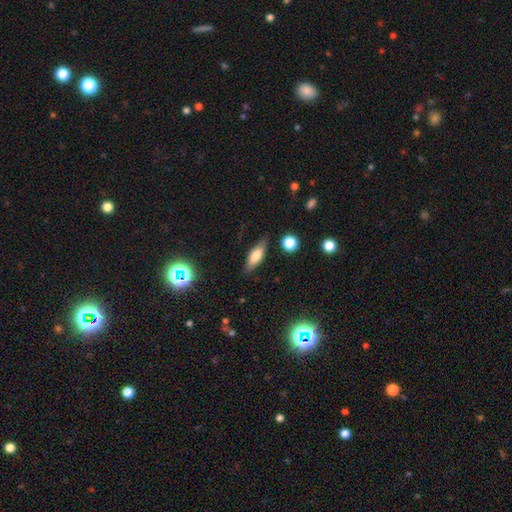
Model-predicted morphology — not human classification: A smooth galaxy with no disk features (69%) that is in between round and cigar-shaped (60%).

Vote fractions:
- Smooth or featured? smooth: 69% / featured or disk: 23% / star or artifact: 9%
- How rounded? in between: 60% / cigar-shaped: 37% / round: 3%
- Merging? none: 82% / minor disturbance: 13% / major disturbance: 3% / merger: 2%